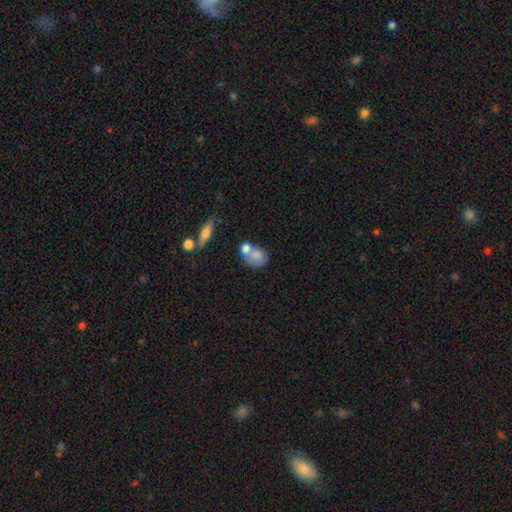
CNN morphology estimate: A smooth galaxy with no disk features (74%) that is in between round and cigar-shaped (65%). Merging: merger (42%).